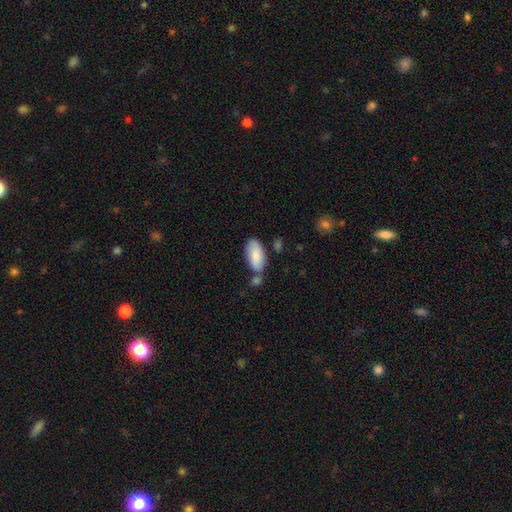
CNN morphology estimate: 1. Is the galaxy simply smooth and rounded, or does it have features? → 84% smooth, 10% featured or disk, 6% star or artifact.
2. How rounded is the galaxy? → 92% in between, 6% cigar-shaped, 2% round.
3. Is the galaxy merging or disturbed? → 58% none, 19% minor disturbance, 18% merger, 5% major disturbance.